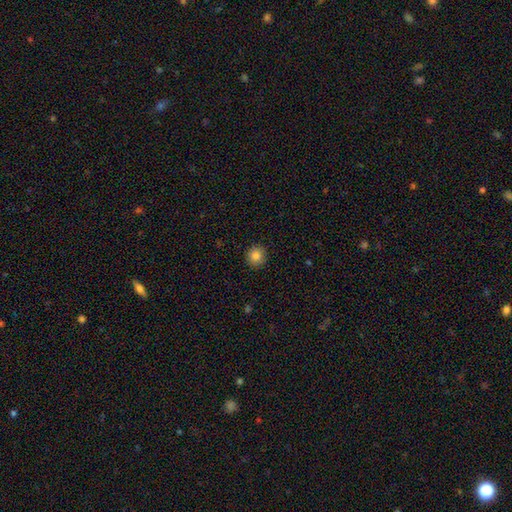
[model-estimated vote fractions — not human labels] This is clearly a smooth galaxy (84%). How rounded: clearly round (91%). Merging: clearly none (91%).